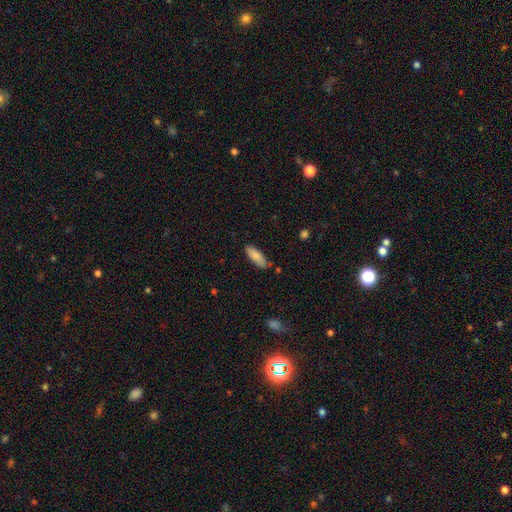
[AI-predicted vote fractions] smooth-or-featured: smooth: 84% | featured or disk: 10% | star or artifact: 6%
  how-rounded: in between: 67% | cigar-shaped: 32% | round: 2%
  merging: none: 76% | minor disturbance: 17% | merger: 4% | major disturbance: 3%